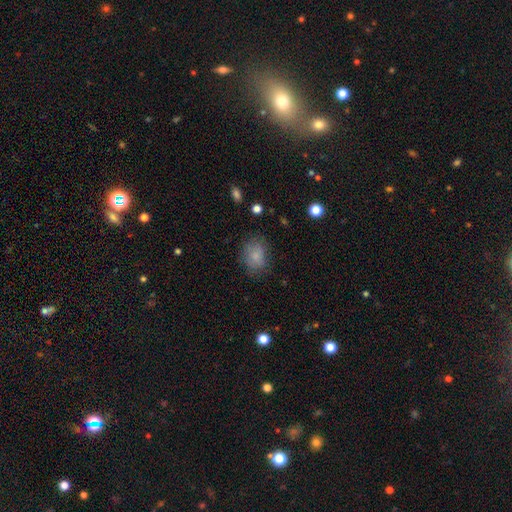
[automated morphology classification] Q: Smooth or featured?
A: smooth (80%); runner-up: featured or disk (10%)
Q: How rounded?
A: in between (64%); runner-up: round (35%)
Q: Merging?
A: none (71%); runner-up: minor disturbance (20%)